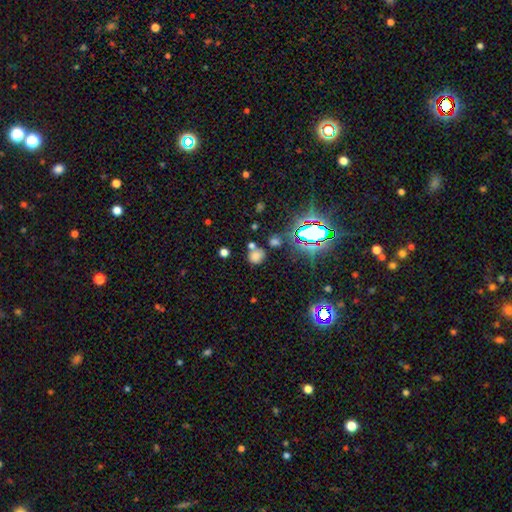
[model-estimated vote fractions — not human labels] This is likely a smooth galaxy (65%). How rounded: likely round (75%). Merging: likely none (62%).